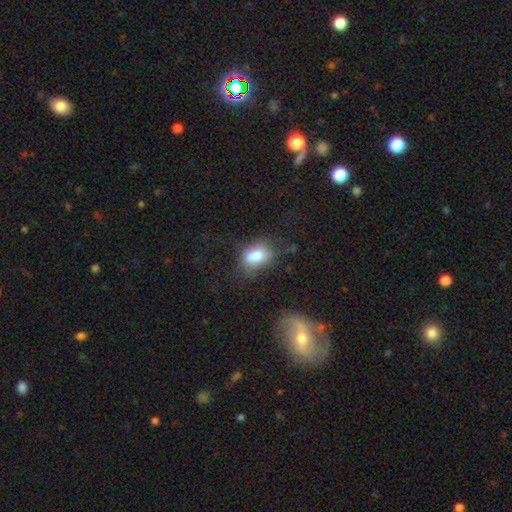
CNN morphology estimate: smooth 79%, featured or disk 12%, star or artifact 9%. Down the decision tree: how rounded — in between (84%); merging — none (53%).